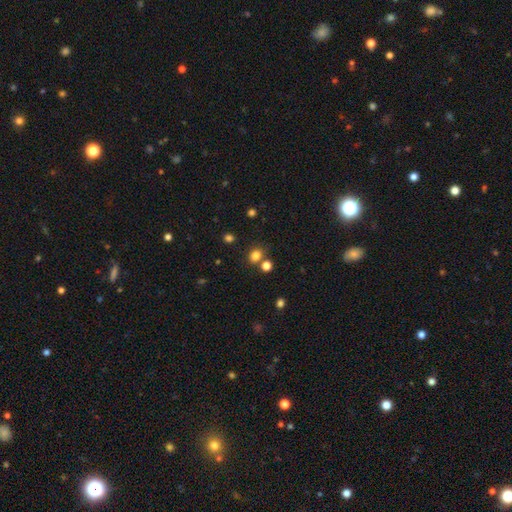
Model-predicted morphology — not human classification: type=smooth (79%); roundness=round (63%); merging=none (71%).